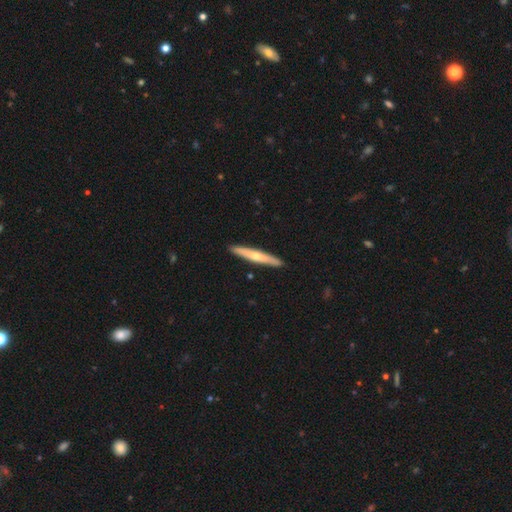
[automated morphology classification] This is possibly a featured or disk galaxy (57%). It is clearly viewed edge-on (95%). Edge-on bulge: likely rounded (78%). Merging: clearly none (90%).